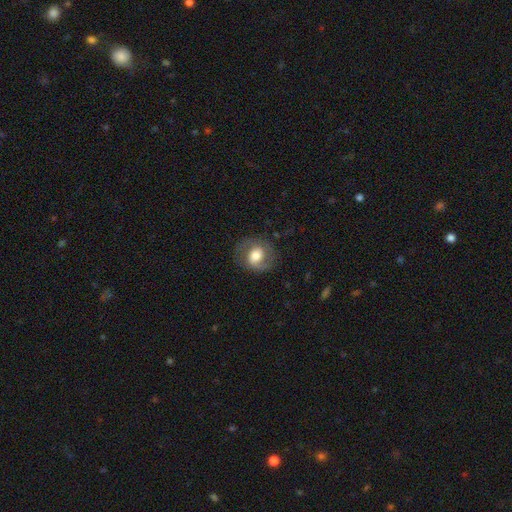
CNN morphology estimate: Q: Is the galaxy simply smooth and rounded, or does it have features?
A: smooth — 46%, tied with featured or disk.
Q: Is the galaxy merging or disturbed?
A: none — 72%.